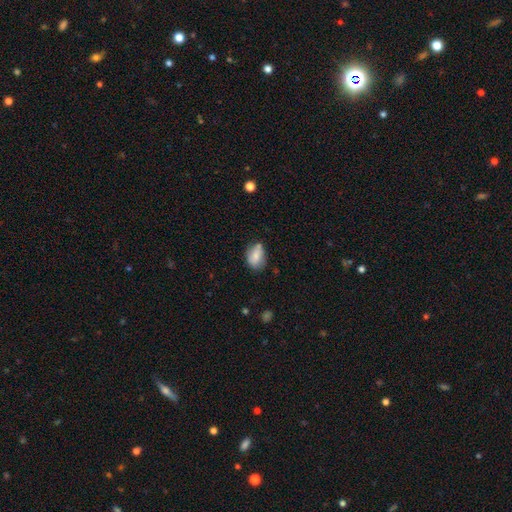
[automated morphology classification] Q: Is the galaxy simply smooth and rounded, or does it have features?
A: smooth — 76%.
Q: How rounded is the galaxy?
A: in between — 80%.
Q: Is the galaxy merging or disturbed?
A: none — 57%.